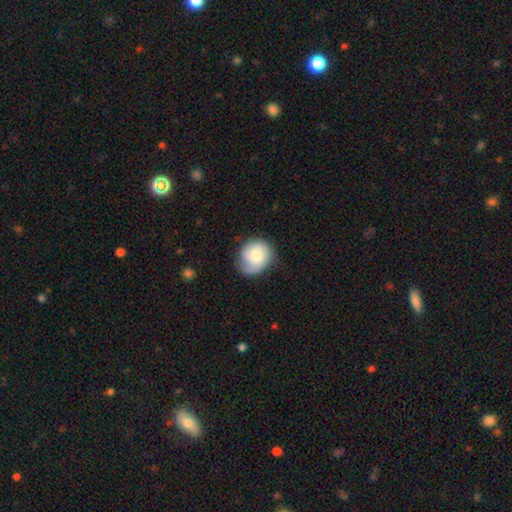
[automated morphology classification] This appears to be a smooth galaxy with no disk features (63%) that is round (74%). Merging: none (65%).